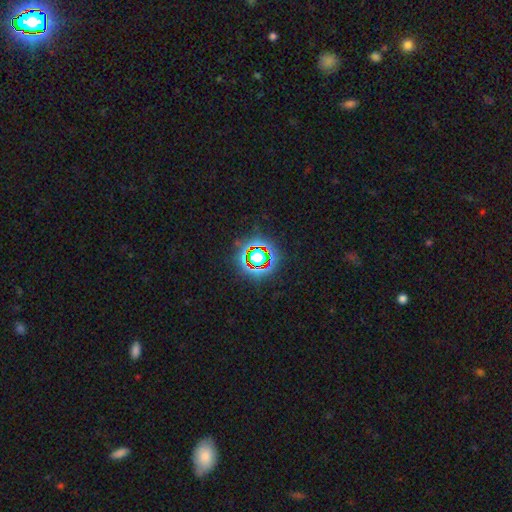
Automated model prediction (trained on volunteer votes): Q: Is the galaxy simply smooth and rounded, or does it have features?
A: star or artifact — 69%.